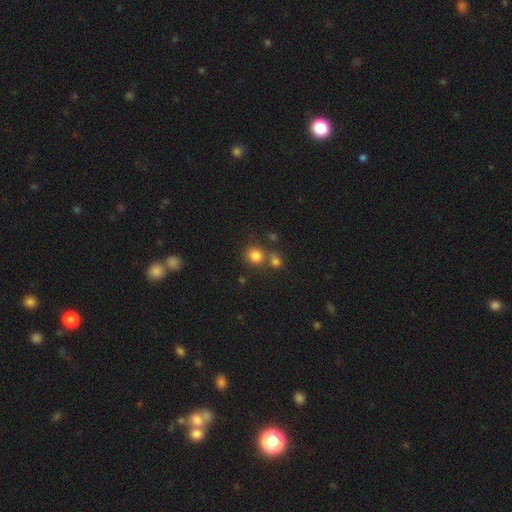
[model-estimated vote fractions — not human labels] Morphology: type=smooth (81%); roundness=round (84%); merging=none (61%).